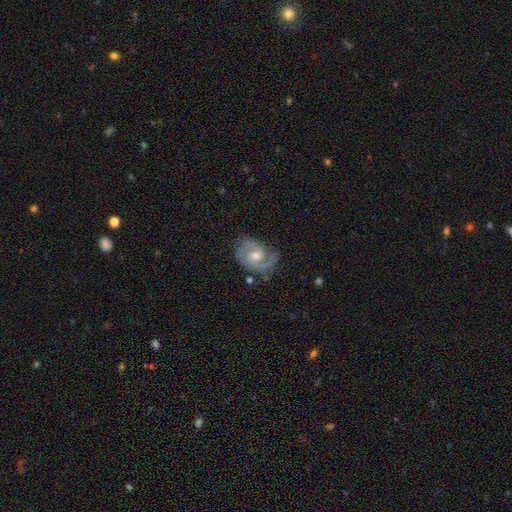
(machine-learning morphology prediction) Overall: featured or disk (86%). Edge-on disk: no (98%). Bar: no (53%; weak 40%). Spiral arms: yes (96%). Spiral arm count: 2 (87%). Spiral winding: medium (49%; tight 40%). Bulge size: moderate (65%; small 26%). Merging: none (75%).